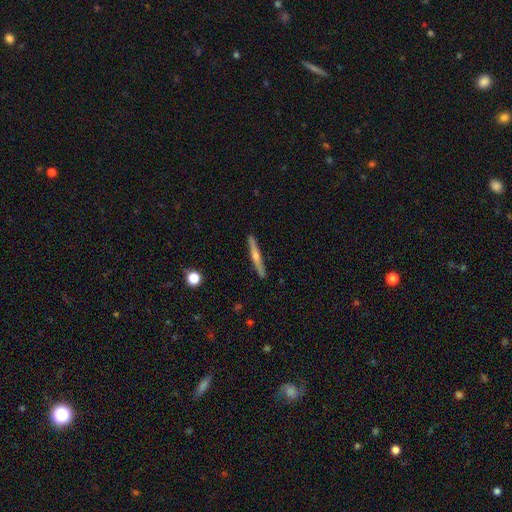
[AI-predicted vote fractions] Smooth or featured? Predicted: featured or disk (p=0.68). Edge-on disk? Predicted: yes (p=0.98). Edge-on bulge? Predicted: rounded (p=0.84). Merging? Predicted: none (p=0.91).